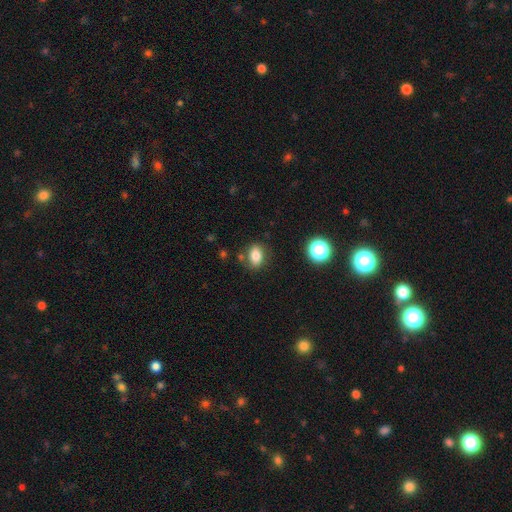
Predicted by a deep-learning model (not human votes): Smooth or featured?
  - smooth: 81% *
  - star or artifact: 11%
  - featured or disk: 8%
How rounded?
  - in between: 77% *
  - round: 21%
  - cigar-shaped: 2%
Merging?
  - none: 80% *
  - minor disturbance: 12%
  - merger: 4%
  - major disturbance: 4%